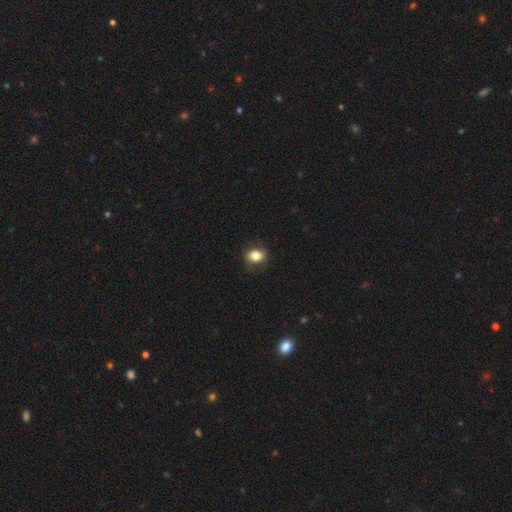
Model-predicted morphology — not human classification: The model was most divided on "how rounded": in between: 61%, round: 38%, cigar-shaped: 1%. More confident: merging — none (82%); smooth or featured — smooth (81%).